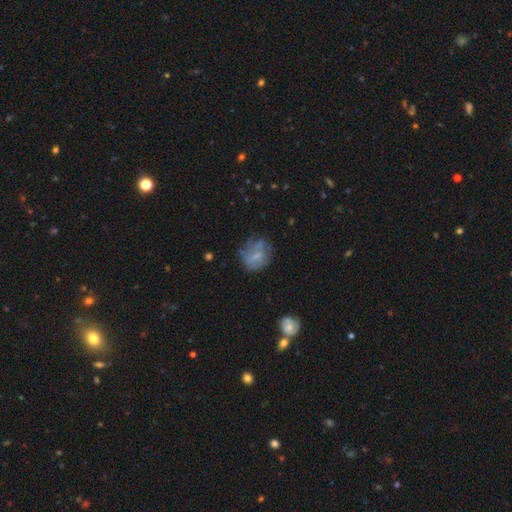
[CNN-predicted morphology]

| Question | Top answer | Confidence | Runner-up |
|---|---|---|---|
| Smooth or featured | smooth | 54% | featured or disk (35%) |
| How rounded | round | 64% | in between (34%) |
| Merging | none | 57% | minor disturbance (24%) |